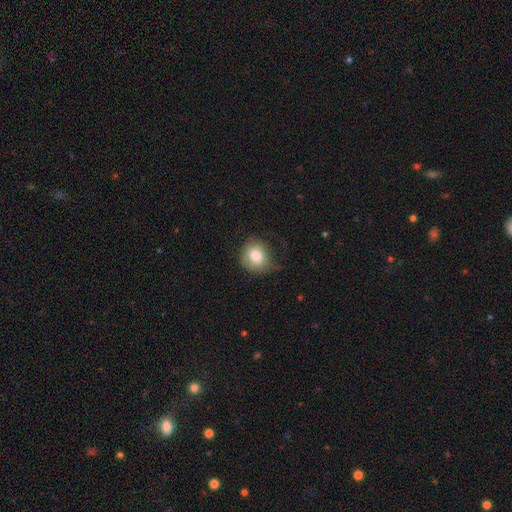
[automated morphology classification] Overall: smooth (79%). How rounded: round (81%). Merging: none (63%; minor disturbance 26%).